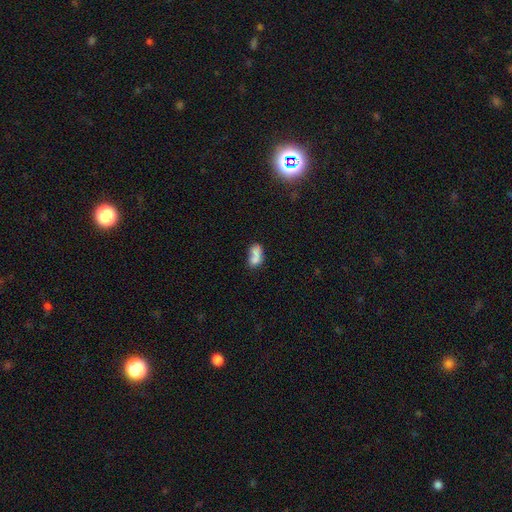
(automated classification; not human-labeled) Smooth or featured? smooth (69%)
How rounded? in between (77%)
Merging? merger (56%)